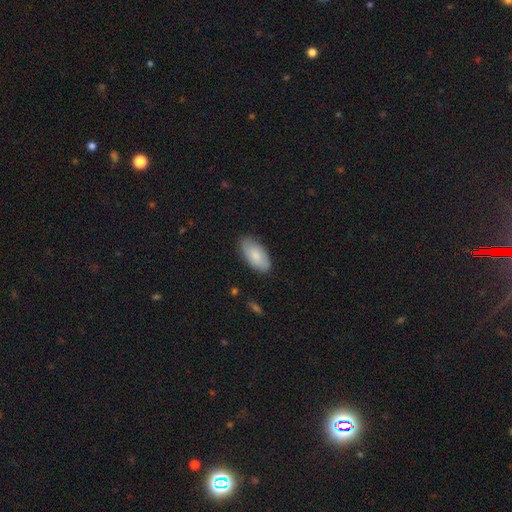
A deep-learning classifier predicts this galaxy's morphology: type=smooth (83%); roundness=in between (93%); merging=none (84%).